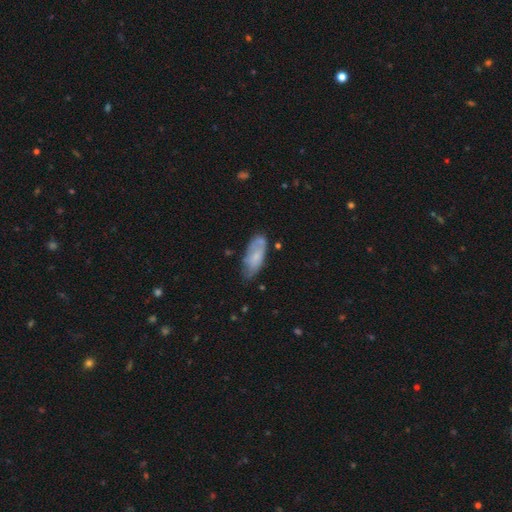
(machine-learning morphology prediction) type=smooth (59%); roundness=in between (76%); merging=none (57%).